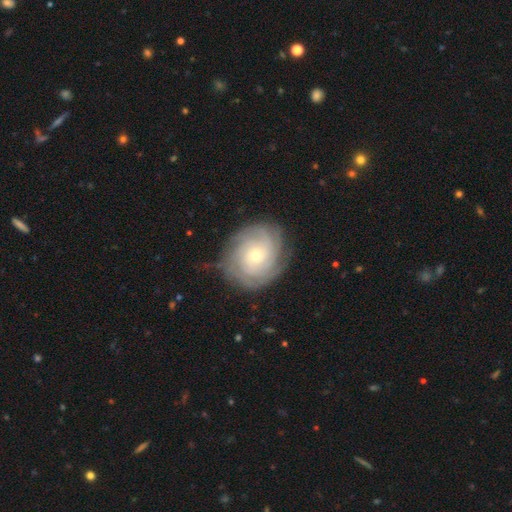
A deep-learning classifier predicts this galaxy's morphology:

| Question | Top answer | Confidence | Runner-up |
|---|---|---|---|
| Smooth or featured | featured or disk | 79% | smooth (14%) |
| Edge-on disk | no | 97% | yes (3%) |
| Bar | no | 81% | weak (16%) |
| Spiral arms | yes | 95% | no (5%) |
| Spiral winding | tight | 75% | medium (20%) |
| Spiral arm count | can't tell | 37% | 4 (19%) |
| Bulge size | small | 70% | moderate (26%) |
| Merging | none | 77% | minor disturbance (16%) |